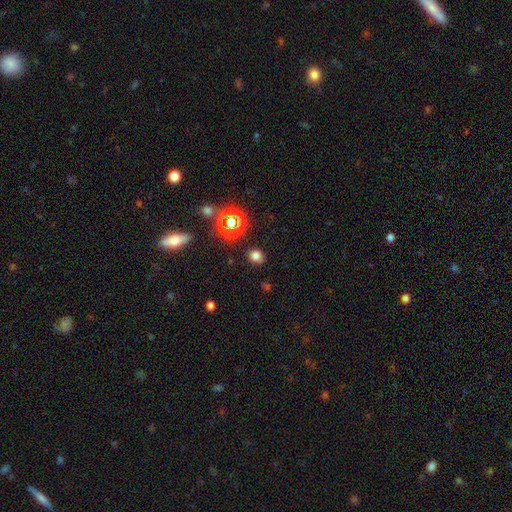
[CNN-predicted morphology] type=smooth (72%); roundness=round (65%); merging=none (85%).